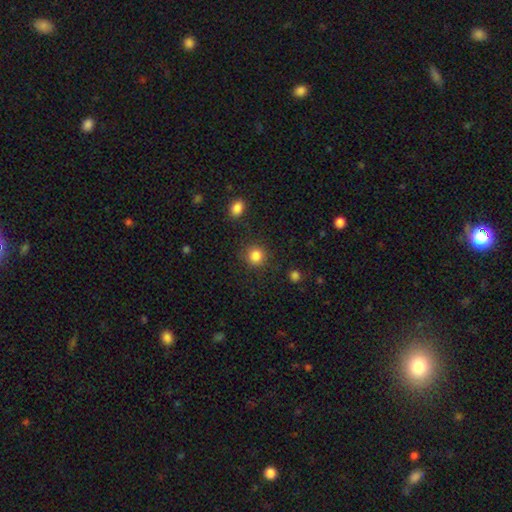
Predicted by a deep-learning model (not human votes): This is clearly a smooth galaxy (85%). How rounded: clearly round (89%). Merging: clearly none (85%).